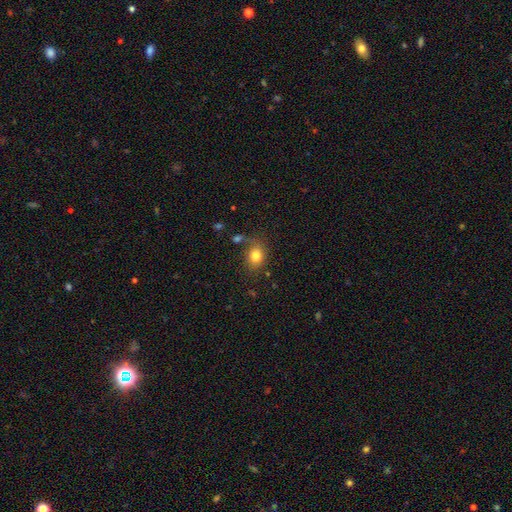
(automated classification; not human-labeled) smooth_or_featured: smooth (p=0.81) [alt: star or artifact p=0.11]
how_rounded: in between (p=0.53) [alt: round p=0.46]
merging: none (p=0.70) [alt: minor disturbance p=0.17]